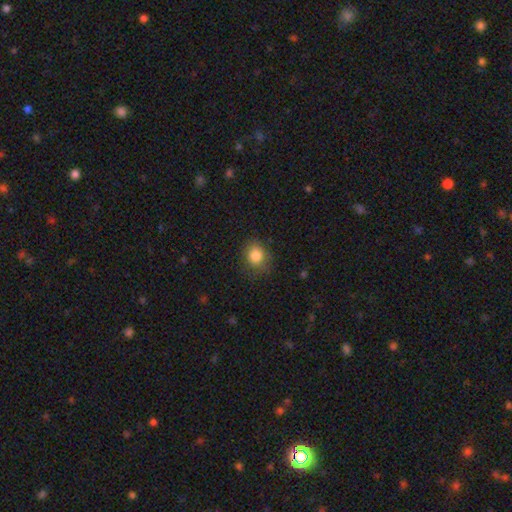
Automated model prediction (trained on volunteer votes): This appears to be a smooth galaxy with no disk features (83%) that is round (66%). Merging: none (78%).